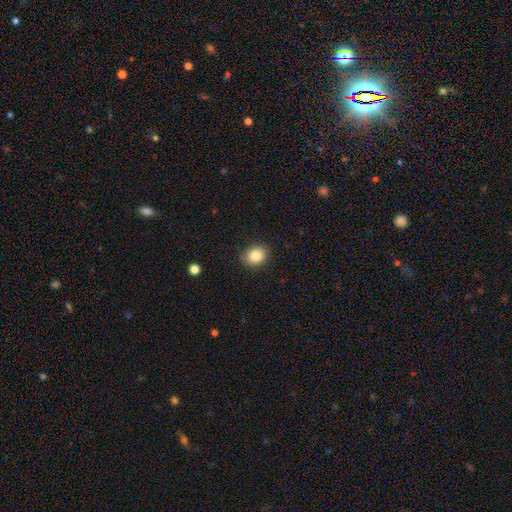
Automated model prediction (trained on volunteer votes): Overall: smooth (85%). How rounded: round (55%; in between 44%). Merging: none (88%).